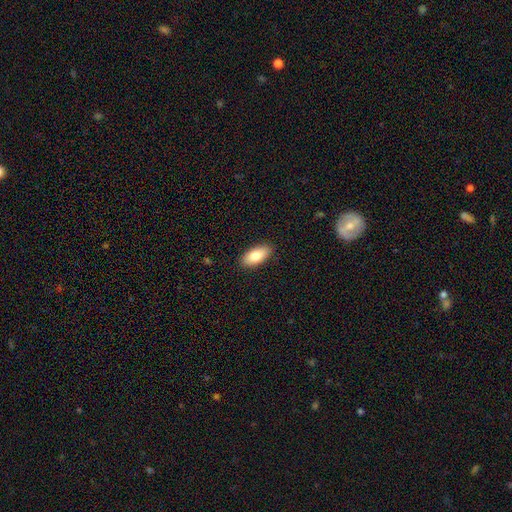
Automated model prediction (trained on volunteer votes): This appears to be a smooth galaxy with no disk features (79%) that is in between round and cigar-shaped (90%). Merging: none (89%).